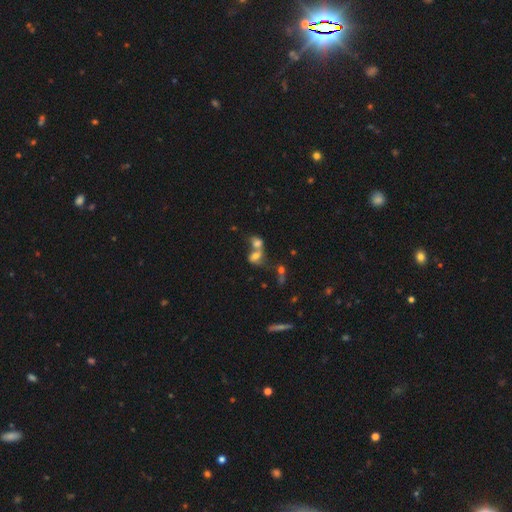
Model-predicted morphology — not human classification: This is likely a smooth galaxy (60%). How rounded: likely in between (63%). Merging: likely merger (73%).